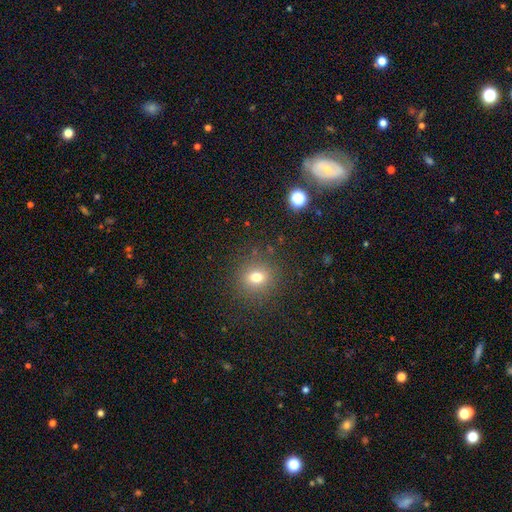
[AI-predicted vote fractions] Smooth or featured? smooth (58%)
How rounded? round (89%)
Merging? none (88%)